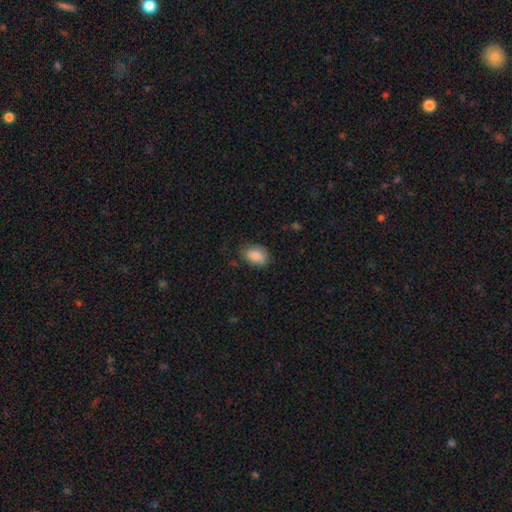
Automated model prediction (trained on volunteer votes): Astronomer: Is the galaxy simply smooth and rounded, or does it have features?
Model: smooth — 86%.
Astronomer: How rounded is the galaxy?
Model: in between — 80%.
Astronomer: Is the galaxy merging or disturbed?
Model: none — 71%.